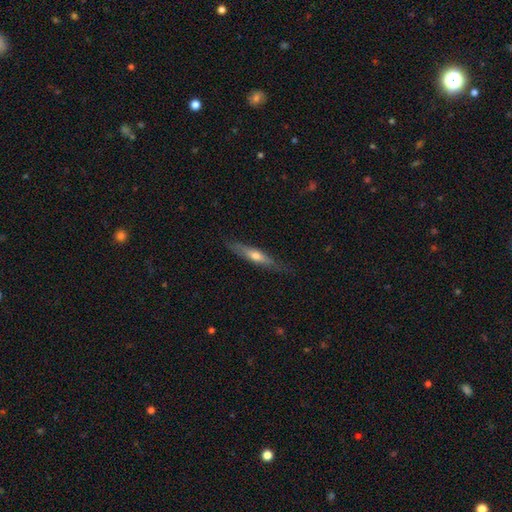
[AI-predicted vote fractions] Morphology: type=featured or disk (52%); edge-on=yes (86%); merging=none (80%).